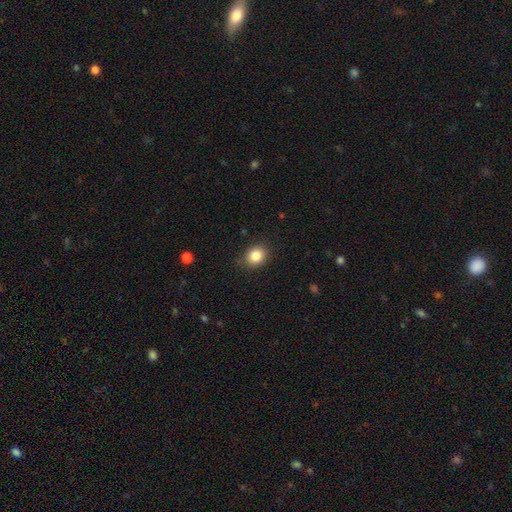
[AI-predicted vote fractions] The model was most divided on "how rounded": round: 60%, in between: 39%, cigar-shaped: 1%. More confident: smooth or featured — smooth (85%); merging — none (82%).